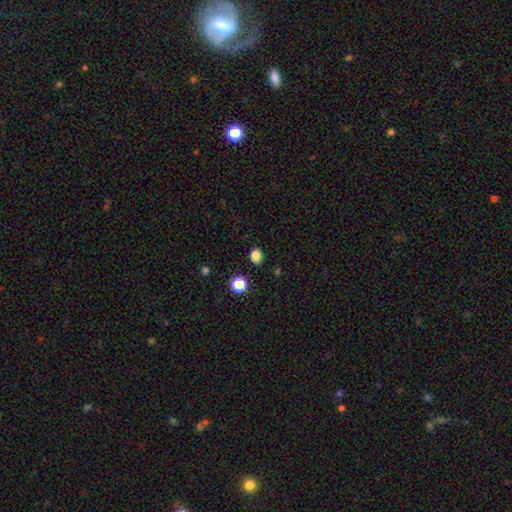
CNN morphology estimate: smooth 84%, star or artifact 13%, featured or disk 4%. Down the decision tree: how rounded — round (54%); merging — none (89%).